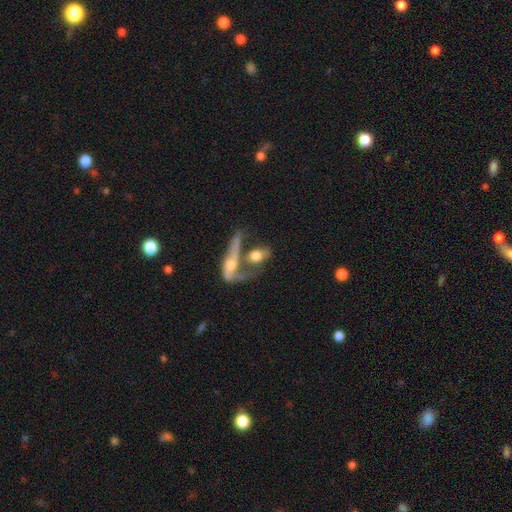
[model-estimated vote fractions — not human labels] Smooth or featured: smooth — 53% (featured or disk — 39%)
How rounded: in between — 72% (round — 14%)
Merging: merger — 61% (none — 17%)